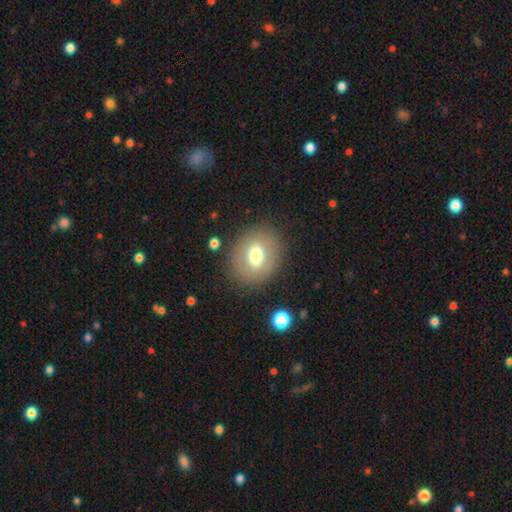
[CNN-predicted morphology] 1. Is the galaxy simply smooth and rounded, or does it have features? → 66% smooth, 24% featured or disk, 10% star or artifact.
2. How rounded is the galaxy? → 54% round, 45% in between, 1% cigar-shaped.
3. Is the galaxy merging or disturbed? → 83% none, 10% minor disturbance, 5% major disturbance, 2% merger.